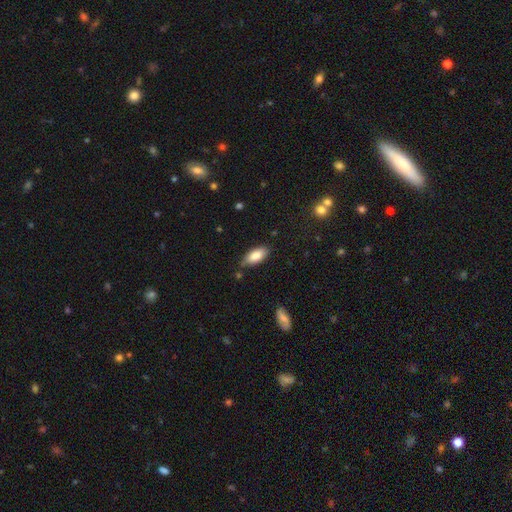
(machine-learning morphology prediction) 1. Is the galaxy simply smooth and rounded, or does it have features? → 84% smooth, 9% featured or disk, 7% star or artifact.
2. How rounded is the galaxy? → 87% in between, 11% cigar-shaped, 2% round.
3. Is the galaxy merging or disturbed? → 75% none, 19% minor disturbance, 3% major disturbance, 3% merger.